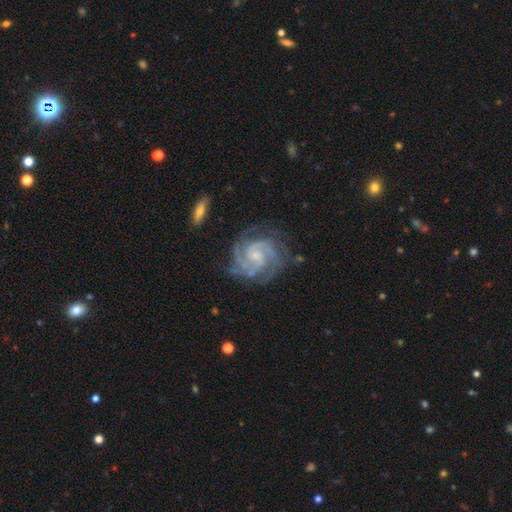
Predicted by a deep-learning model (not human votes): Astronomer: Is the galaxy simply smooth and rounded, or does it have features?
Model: featured or disk — 91%.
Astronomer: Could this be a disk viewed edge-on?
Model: no — 98%.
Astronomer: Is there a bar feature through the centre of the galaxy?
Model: no — 55% (runner-up: weak, 37%).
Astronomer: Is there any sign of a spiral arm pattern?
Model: yes — 98%.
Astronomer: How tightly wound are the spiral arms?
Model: tight — 62%.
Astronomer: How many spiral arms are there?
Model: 3 — 33% (runner-up: 2, 28%).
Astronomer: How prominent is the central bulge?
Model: small — 66%.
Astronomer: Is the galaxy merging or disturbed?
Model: none — 72%.